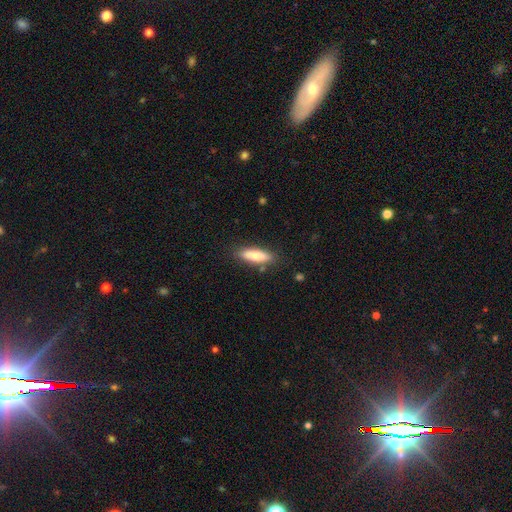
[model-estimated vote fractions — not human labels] smooth_or_featured: smooth (p=0.77) [alt: featured or disk p=0.17]
how_rounded: cigar-shaped (p=0.59) [alt: in between p=0.40]
merging: none (p=0.83) [alt: minor disturbance p=0.11]